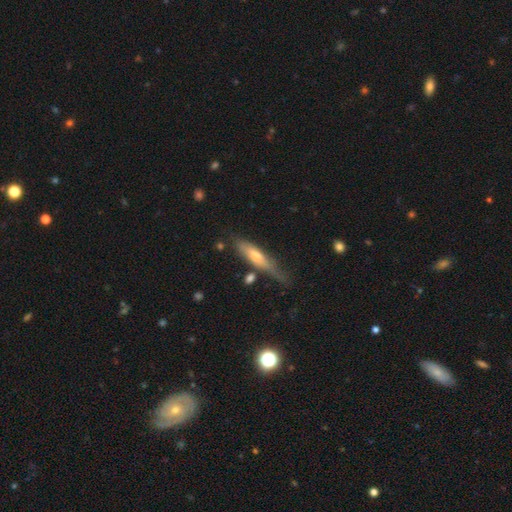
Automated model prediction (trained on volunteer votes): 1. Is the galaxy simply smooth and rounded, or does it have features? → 51% smooth, 42% featured or disk, 7% star or artifact.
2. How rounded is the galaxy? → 77% cigar-shaped, 21% in between, 2% round.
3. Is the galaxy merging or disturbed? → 55% none, 29% minor disturbance, 10% major disturbance, 6% merger.